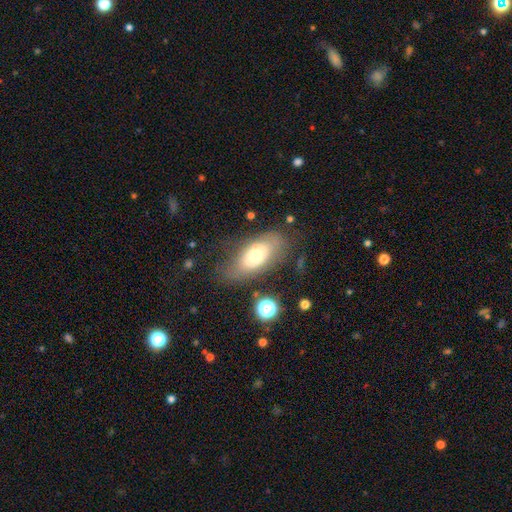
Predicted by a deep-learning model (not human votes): This is possibly a smooth galaxy (53%). How rounded: clearly in between (87%). Merging: likely none (65%).